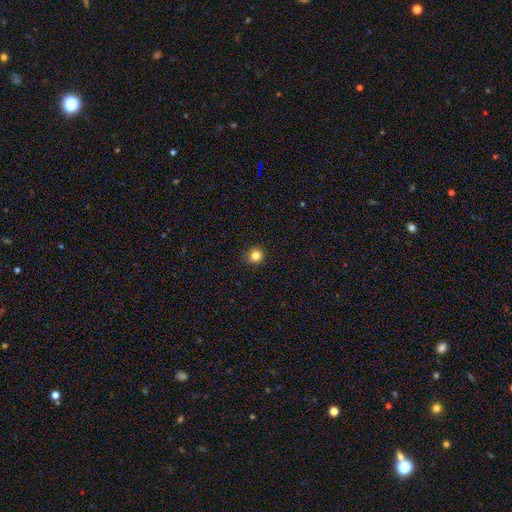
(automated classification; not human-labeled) A smooth galaxy with no disk features (83%) that is round (93%).

Vote fractions:
- Smooth or featured? smooth: 83% / star or artifact: 13% / featured or disk: 5%
- How rounded? round: 93% / in between: 6% / cigar-shaped: 1%
- Merging? none: 92% / minor disturbance: 6% / major disturbance: 2% / merger: 1%